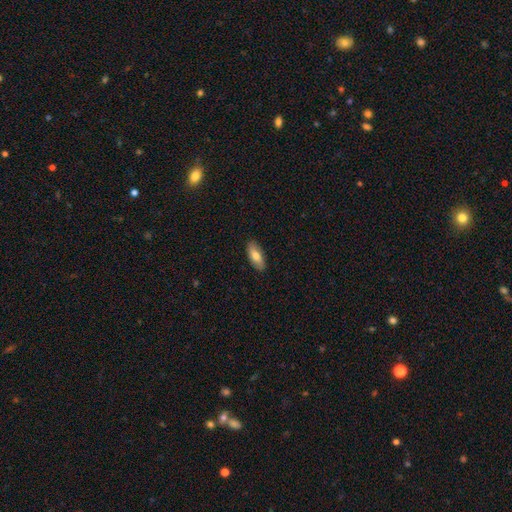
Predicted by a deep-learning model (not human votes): Overall: smooth (76%). How rounded: in between (81%). Merging: none (89%).